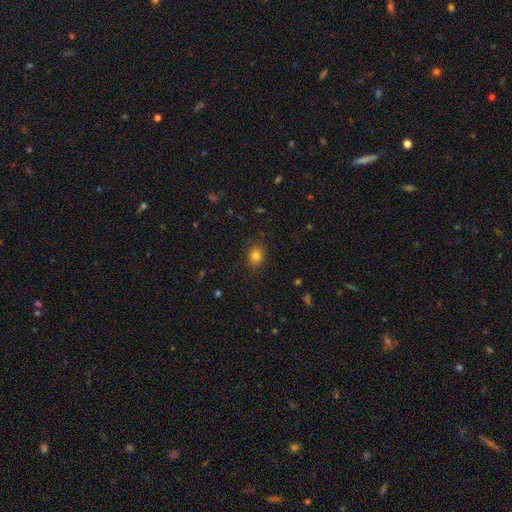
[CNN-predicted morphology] smooth-or-featured: smooth: 82% | star or artifact: 12% | featured or disk: 6%
  how-rounded: round: 61% | in between: 38% | cigar-shaped: 1%
  merging: none: 87% | minor disturbance: 9% | major disturbance: 3% | merger: 1%